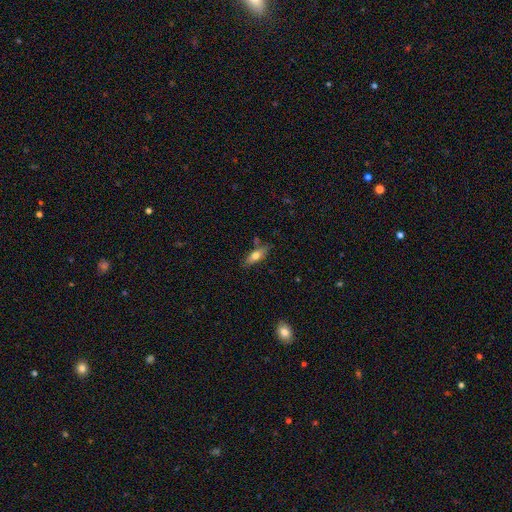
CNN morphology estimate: This is likely a smooth galaxy (67%). How rounded: likely in between (63%). Merging: likely none (75%).